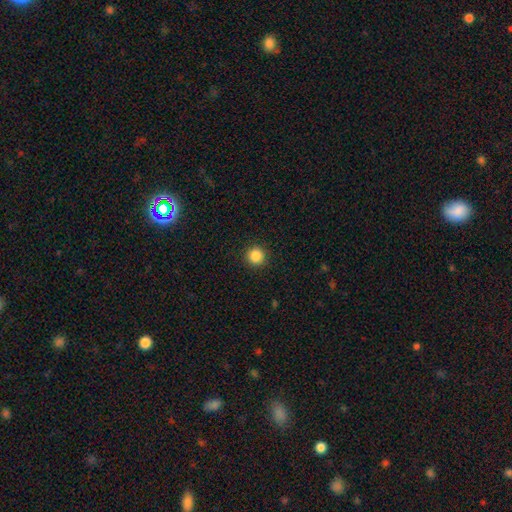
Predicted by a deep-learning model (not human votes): smooth_or_featured: smooth (p=0.87) [alt: star or artifact p=0.10]
how_rounded: round (p=0.95) [alt: in between p=0.04]
merging: none (p=0.92) [alt: minor disturbance p=0.05]